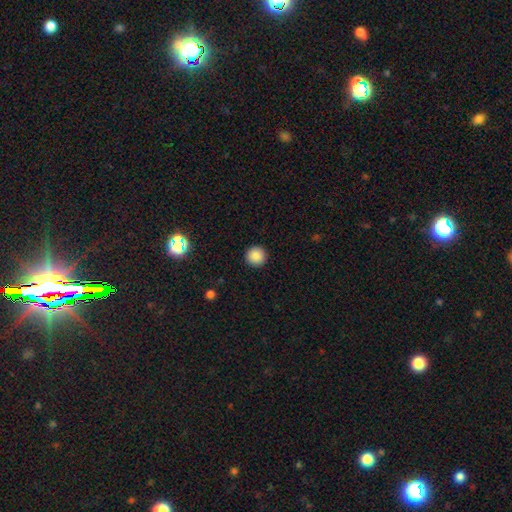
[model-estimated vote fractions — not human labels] smooth_or_featured: smooth (p=0.87) [alt: star or artifact p=0.10]
how_rounded: round (p=0.96) [alt: in between p=0.03]
merging: none (p=0.93) [alt: minor disturbance p=0.05]